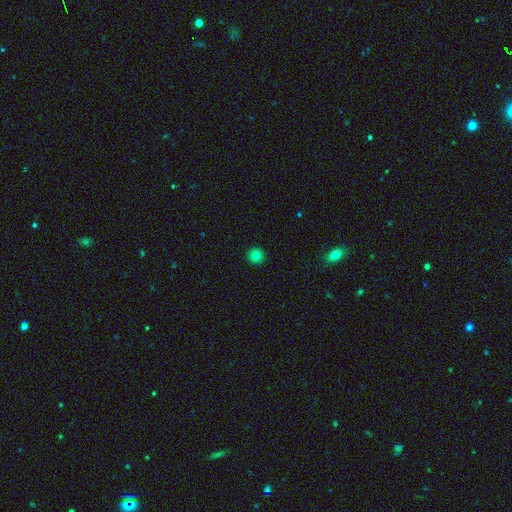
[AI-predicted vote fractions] A smooth galaxy with no disk features (80%) that is round (95%).

Vote fractions:
- Smooth or featured? smooth: 80% / star or artifact: 13% / featured or disk: 7%
- How rounded? round: 95% / in between: 4% / cigar-shaped: 1%
- Merging? none: 93% / minor disturbance: 4% / major disturbance: 1% / merger: 1%